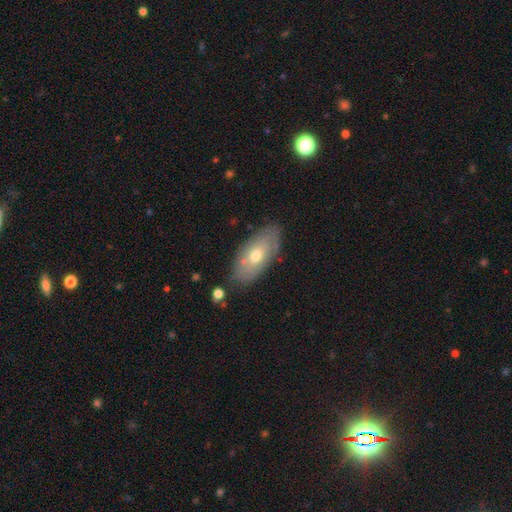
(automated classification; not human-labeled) This appears to be a smooth galaxy with no disk features (45%, tied with featured or disk). Merging: none (83%).